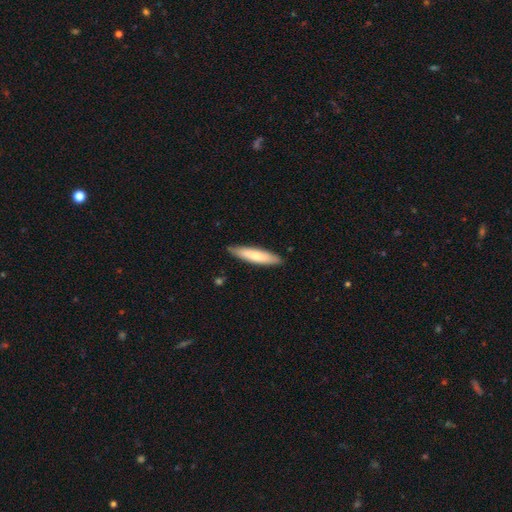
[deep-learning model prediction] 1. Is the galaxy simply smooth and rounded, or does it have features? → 68% smooth, 27% featured or disk, 5% star or artifact.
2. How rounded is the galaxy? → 83% cigar-shaped, 15% in between, 1% round.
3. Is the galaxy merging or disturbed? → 88% none, 10% minor disturbance, 2% major disturbance, 1% merger.